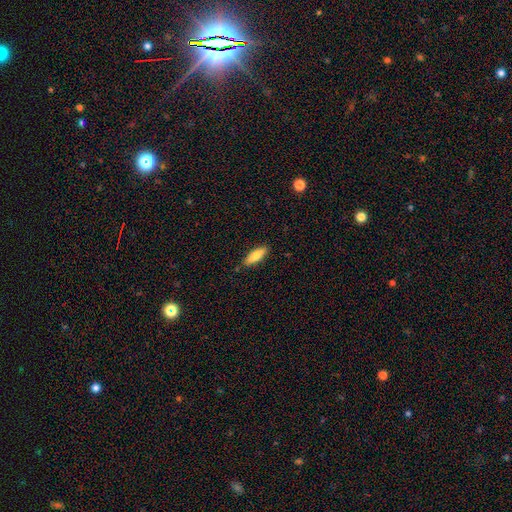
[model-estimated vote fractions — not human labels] Q: Smooth or featured?
A: smooth (76%); runner-up: featured or disk (18%)
Q: How rounded?
A: in between (51%); runner-up: cigar-shaped (47%)
Q: Merging?
A: none (87%); runner-up: minor disturbance (10%)